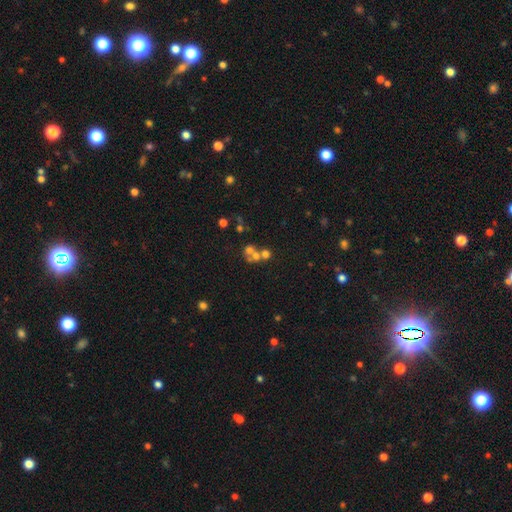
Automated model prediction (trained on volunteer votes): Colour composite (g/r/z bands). It shows a smooth galaxy with no disk features (51%) that is round (76%). Merging: merger (55%).